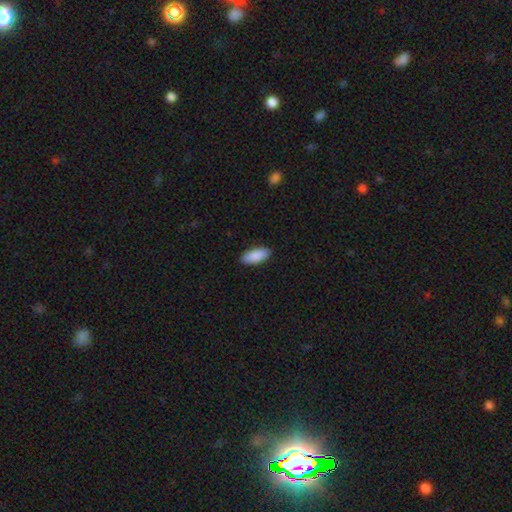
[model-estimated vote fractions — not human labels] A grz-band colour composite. It shows a smooth galaxy with no disk features (91%) that is in between round and cigar-shaped (87%). Merging: none (89%).